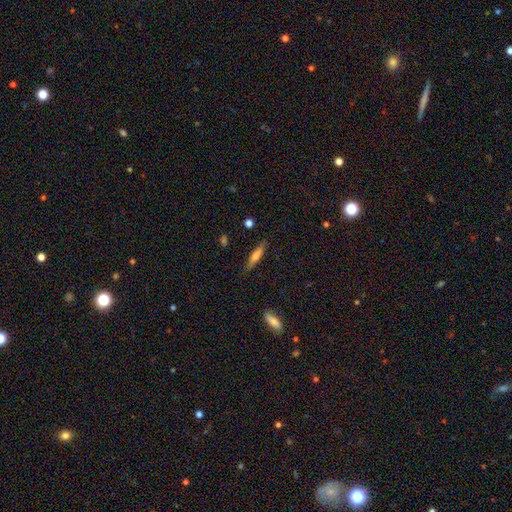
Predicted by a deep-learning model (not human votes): A smooth galaxy with no disk features (61%) that is cigar-shaped (82%). Merging: none (85%).